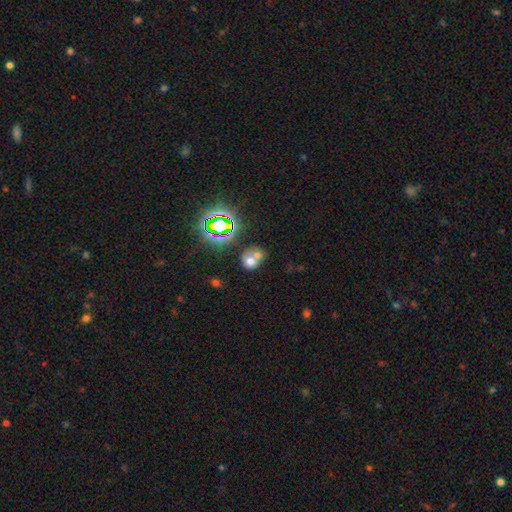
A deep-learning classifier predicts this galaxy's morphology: Smooth or featured? smooth (51%)
How rounded? round (68%)
Merging? merger (51%)